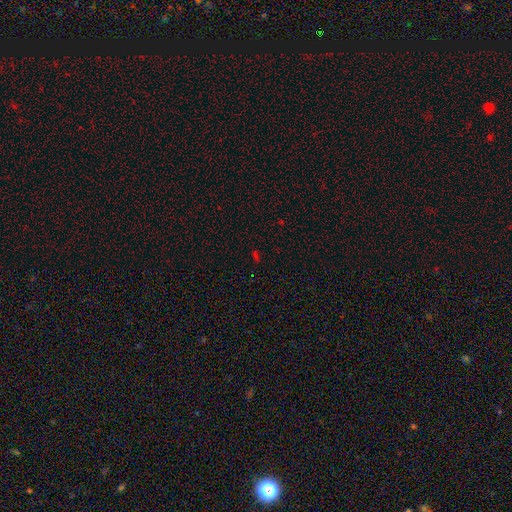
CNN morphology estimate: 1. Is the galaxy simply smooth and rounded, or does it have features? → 59% star or artifact, 33% smooth, 8% featured or disk.